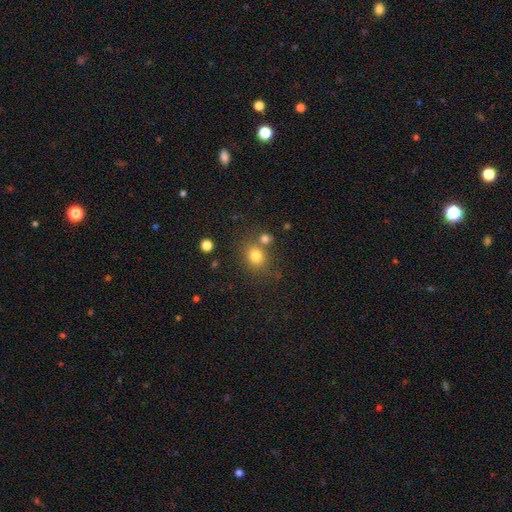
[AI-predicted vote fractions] smooth_or_featured: smooth (p=0.78) [alt: star or artifact p=0.13]
how_rounded: round (p=0.63) [alt: in between p=0.36]
merging: none (p=0.64) [alt: merger p=0.19]